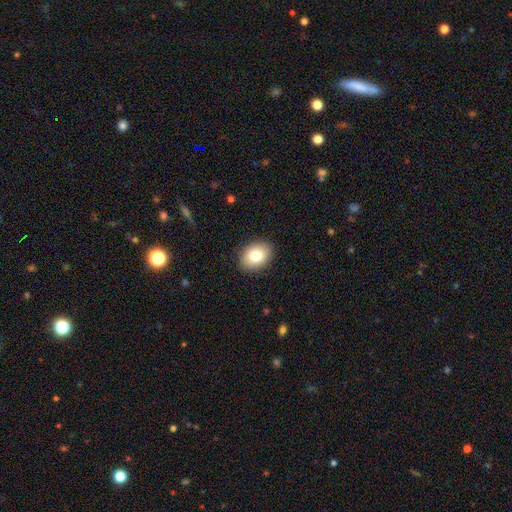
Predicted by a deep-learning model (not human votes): A smooth galaxy with no disk features (82%) that is in between round and cigar-shaped (77%).

Vote fractions:
- Smooth or featured? smooth: 82% / featured or disk: 11% / star or artifact: 8%
- How rounded? in between: 77% / round: 22% / cigar-shaped: 1%
- Merging? none: 89% / minor disturbance: 8% / major disturbance: 2% / merger: 1%